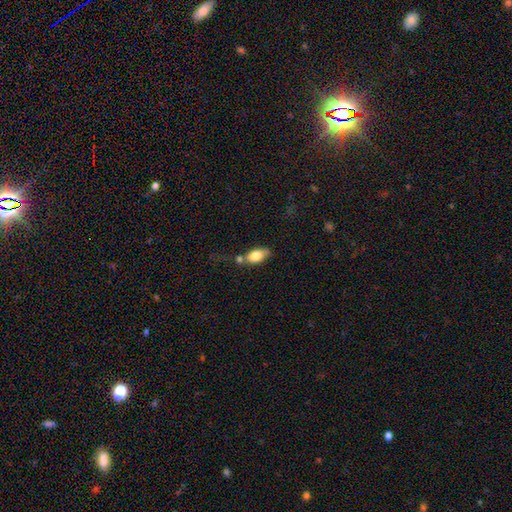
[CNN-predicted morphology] A smooth galaxy with no disk features (79%) that is in between round and cigar-shaped (87%). Merging: none (42%).